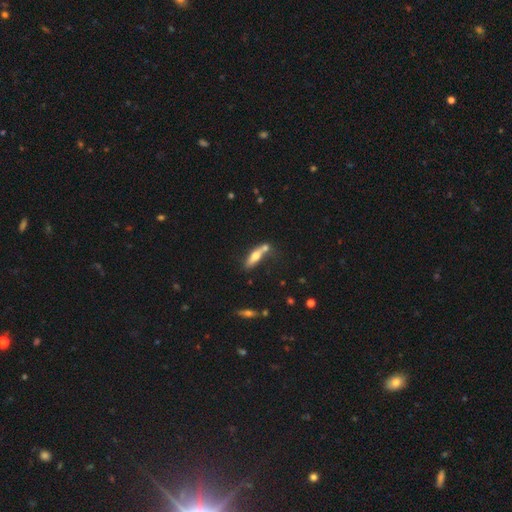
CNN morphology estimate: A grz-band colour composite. It shows a smooth galaxy with no disk features (54%) that is cigar-shaped (62%). Merging: none (49%).